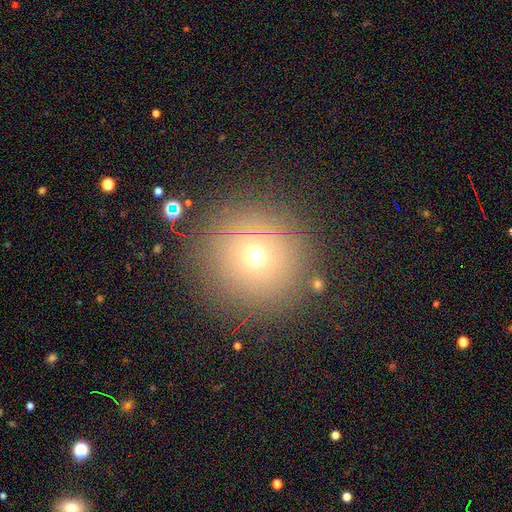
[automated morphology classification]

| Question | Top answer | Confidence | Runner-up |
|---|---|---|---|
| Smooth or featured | smooth | 64% | star or artifact (24%) |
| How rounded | round | 93% | in between (6%) |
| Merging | none | 86% | minor disturbance (7%) |